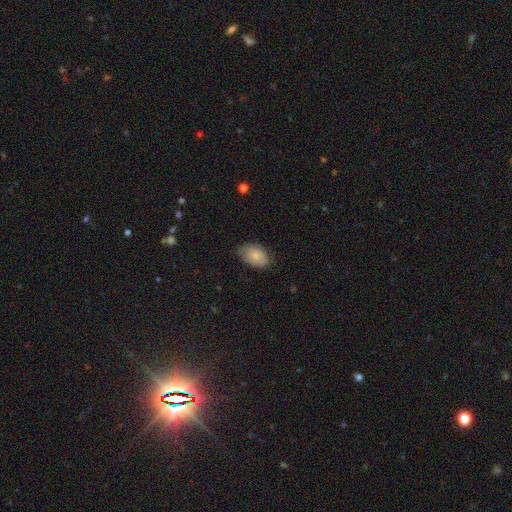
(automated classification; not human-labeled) This appears to be a smooth galaxy with no disk features (81%) that is in between round and cigar-shaped (89%). Merging: none (67%).